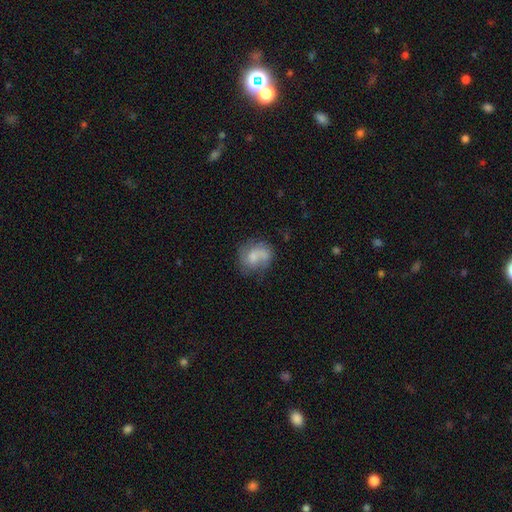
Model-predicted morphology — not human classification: smooth_or_featured: smooth (p=0.54) [alt: featured or disk p=0.37]
how_rounded: round (p=0.57) [alt: in between p=0.41]
merging: none (p=0.42) [alt: minor disturbance p=0.22]